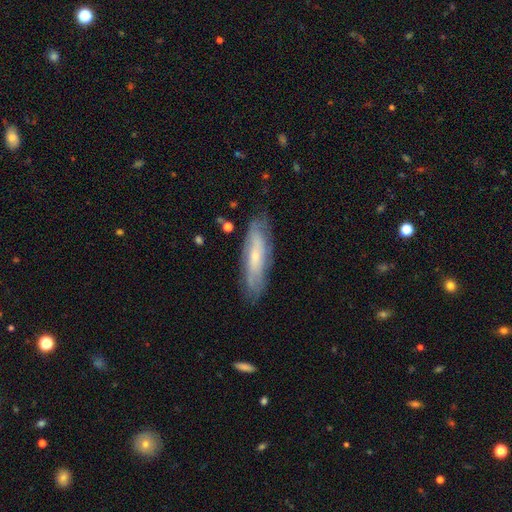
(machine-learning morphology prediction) This appears to be a featured or disk galaxy (54%). Merging: none (78%).